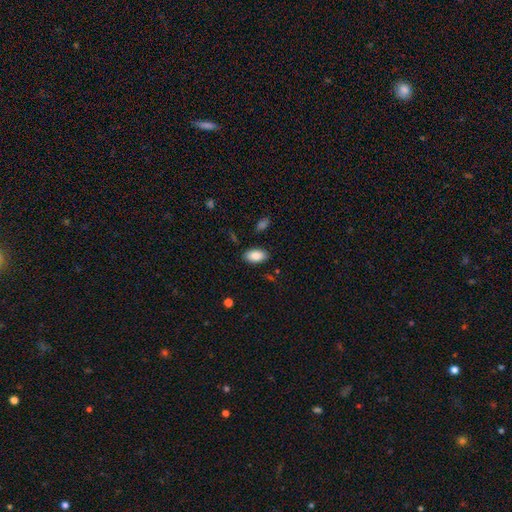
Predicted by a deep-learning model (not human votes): Smooth or featured?
  - smooth: 87% *
  - star or artifact: 7%
  - featured or disk: 7%
How rounded?
  - in between: 94% *
  - round: 4%
  - cigar-shaped: 2%
Merging?
  - none: 87% *
  - minor disturbance: 9%
  - major disturbance: 2%
  - merger: 2%